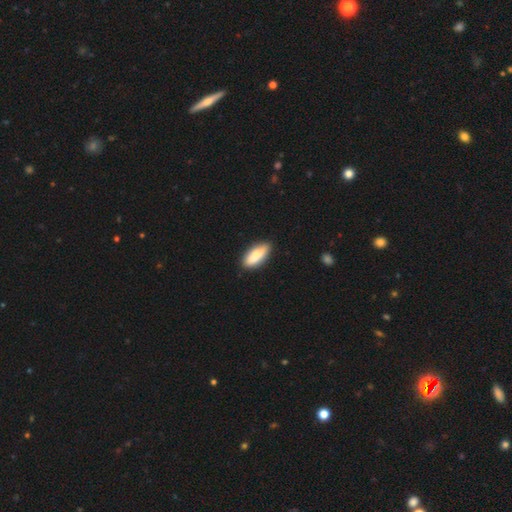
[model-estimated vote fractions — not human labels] Q: Smooth or featured?
A: smooth (81%); runner-up: featured or disk (14%)
Q: How rounded?
A: in between (69%); runner-up: cigar-shaped (28%)
Q: Merging?
A: none (84%); runner-up: minor disturbance (12%)